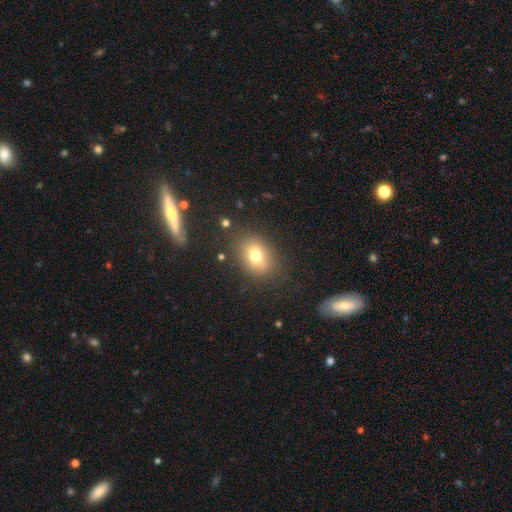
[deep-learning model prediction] This appears to be a smooth galaxy with no disk features (73%) that is in between round and cigar-shaped (67%). Merging: none (80%).